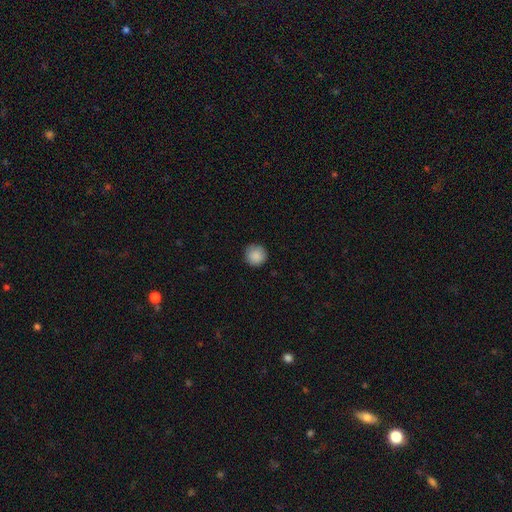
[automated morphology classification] Smooth or featured? Predicted: smooth (p=0.89). How rounded? Predicted: round (p=0.95). Merging? Predicted: none (p=0.89).